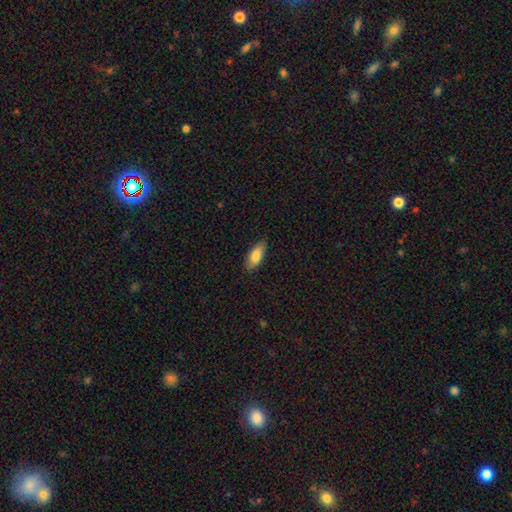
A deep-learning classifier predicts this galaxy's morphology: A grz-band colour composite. It shows a smooth galaxy with no disk features (83%) that is in between round and cigar-shaped (78%). Merging: none (85%).